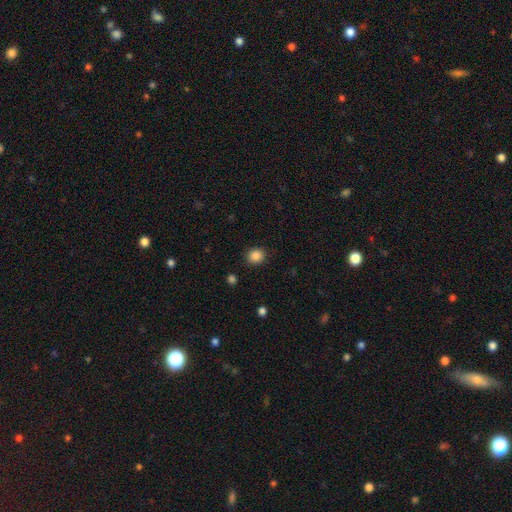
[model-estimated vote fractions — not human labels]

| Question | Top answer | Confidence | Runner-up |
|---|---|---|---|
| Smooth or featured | smooth | 87% | star or artifact (10%) |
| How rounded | round | 77% | in between (22%) |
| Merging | none | 89% | minor disturbance (7%) |